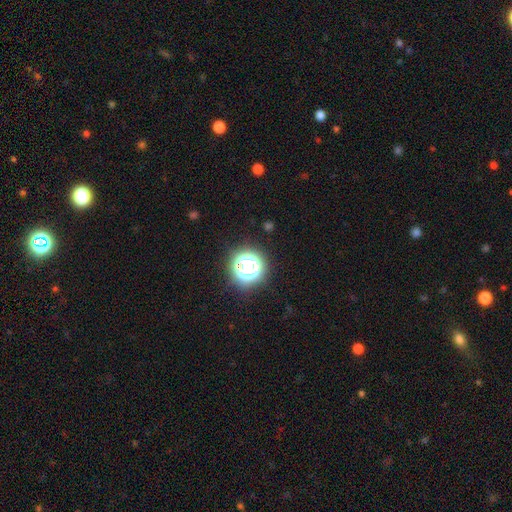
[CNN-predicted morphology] A star or artifact, not a galaxy (74%).